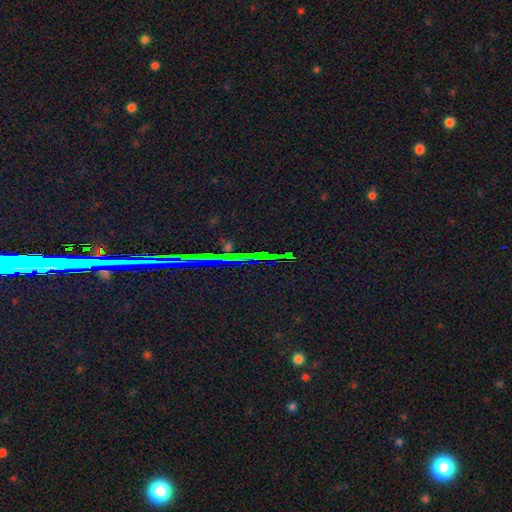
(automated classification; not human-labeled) The model was most divided on "smooth or featured": star or artifact: 84%, featured or disk: 8%, smooth: 8%.